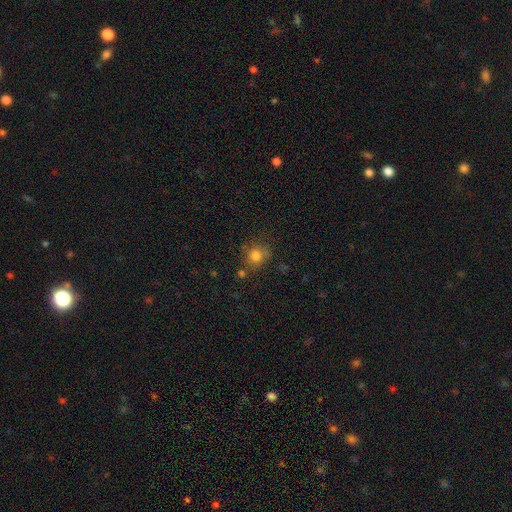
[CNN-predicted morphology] This is likely a smooth galaxy (78%). How rounded: clearly round (82%). Merging: likely none (71%).